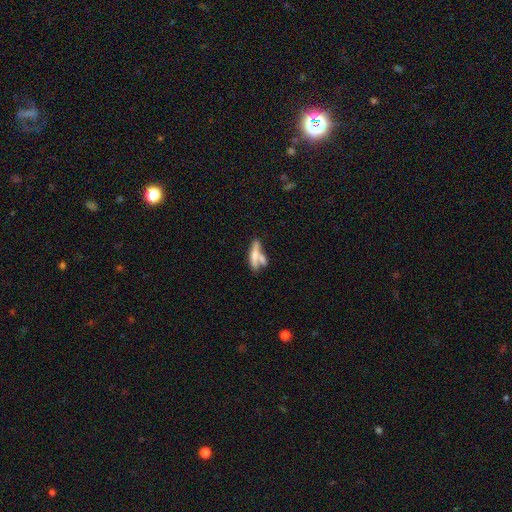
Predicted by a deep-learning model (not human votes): Smooth or featured? smooth (58%)
How rounded? cigar-shaped (59%)
Merging? merger (49%)